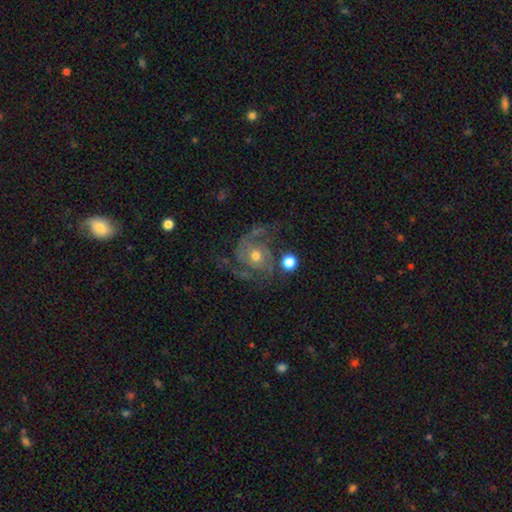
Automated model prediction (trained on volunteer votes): Morphology: type=featured or disk (87%); edge-on=no (98%); bar=no (74%); spiral arms=yes (97%); winding=medium (50%); arm count=2 (59%); bulge=moderate (63%); merging=none (62%).